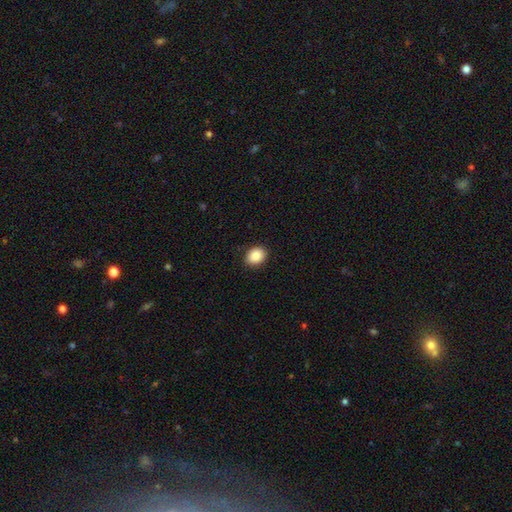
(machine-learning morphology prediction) type=smooth (89%); roundness=in between (54%); merging=none (88%).